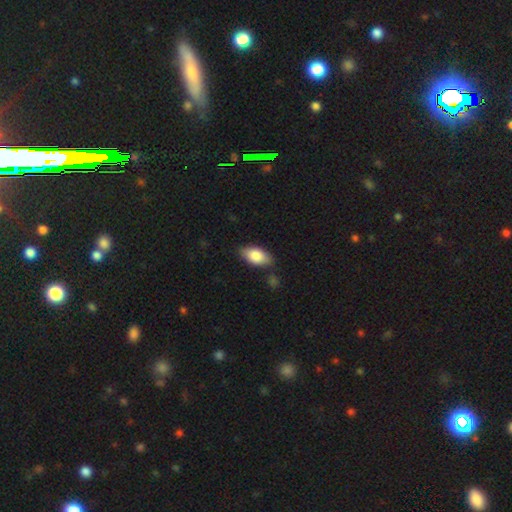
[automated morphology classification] A smooth galaxy with no disk features (82%) that is in between round and cigar-shaped (91%).

Vote fractions:
- Smooth or featured? smooth: 82% / featured or disk: 12% / star or artifact: 6%
- How rounded? in between: 91% / cigar-shaped: 5% / round: 4%
- Merging? none: 78% / minor disturbance: 16% / major disturbance: 3% / merger: 3%